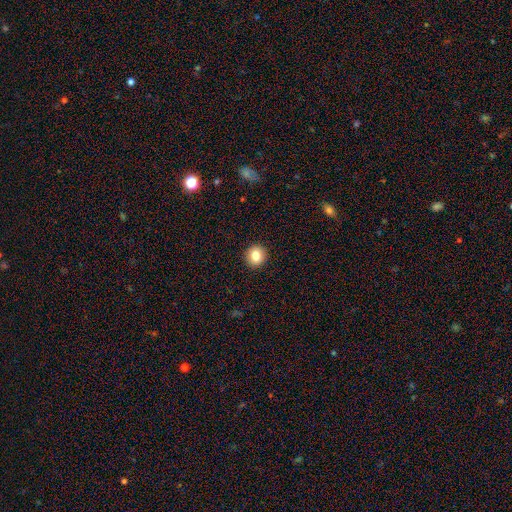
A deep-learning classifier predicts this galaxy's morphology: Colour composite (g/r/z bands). It shows a smooth galaxy with no disk features (83%) that is round (88%). Merging: none (93%).